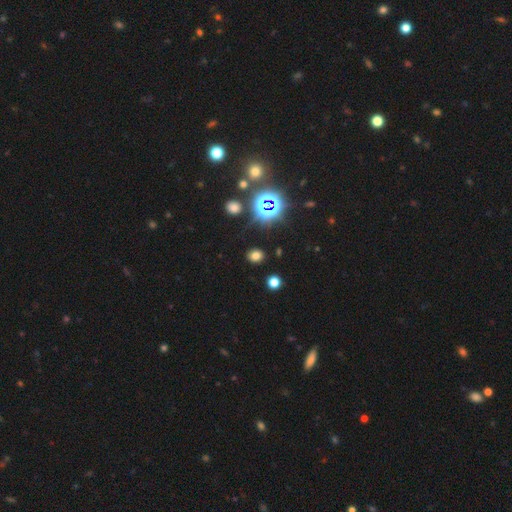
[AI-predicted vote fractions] This appears to be a smooth galaxy with no disk features (67%) that is round (51%). Merging: none (87%).